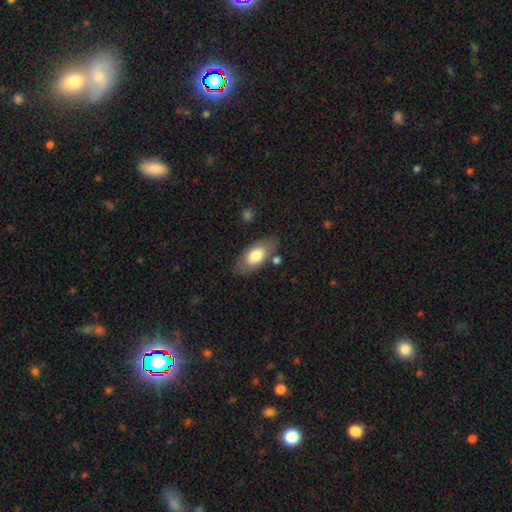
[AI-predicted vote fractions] Q: Smooth or featured?
A: smooth (75%); runner-up: featured or disk (19%)
Q: How rounded?
A: in between (90%); runner-up: cigar-shaped (7%)
Q: Merging?
A: none (75%); runner-up: minor disturbance (15%)